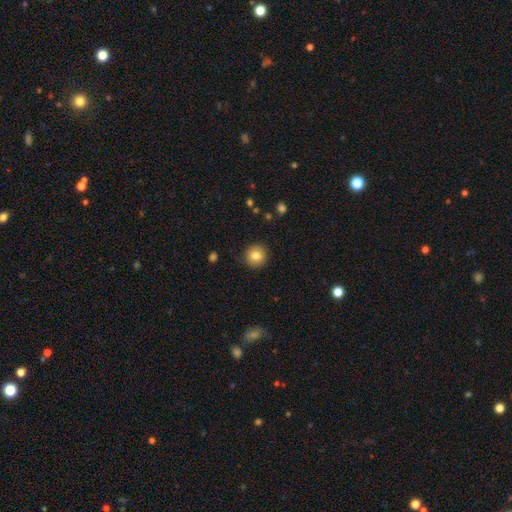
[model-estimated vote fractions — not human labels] This is clearly a smooth galaxy (82%). How rounded: clearly round (93%). Merging: clearly none (91%).